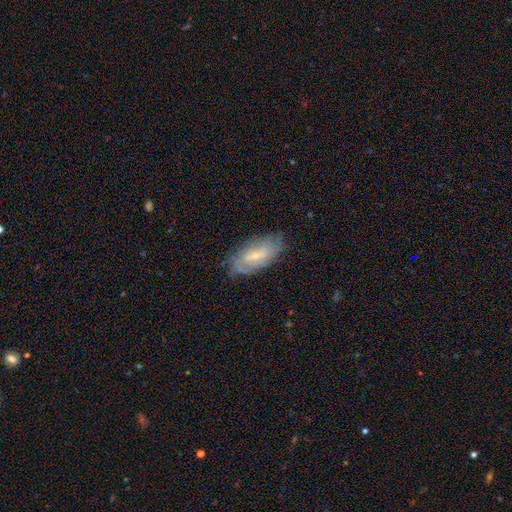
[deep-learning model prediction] This is possibly a featured or disk galaxy (53%). It is clearly not viewed edge-on (88%). Merging: likely none (72%).